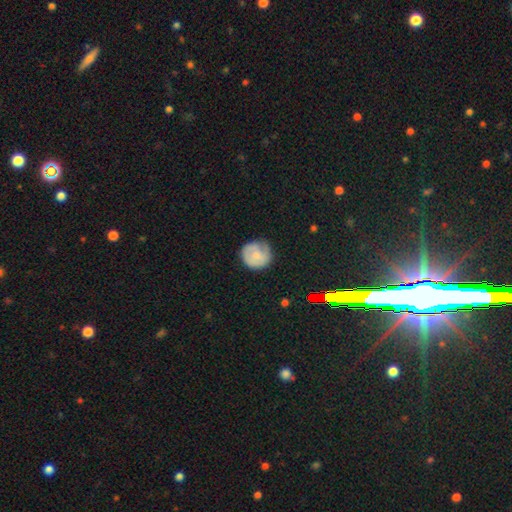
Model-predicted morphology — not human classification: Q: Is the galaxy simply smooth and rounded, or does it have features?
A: smooth — 63%.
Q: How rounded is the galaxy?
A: round — 91%.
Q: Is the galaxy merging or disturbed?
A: none — 68%.